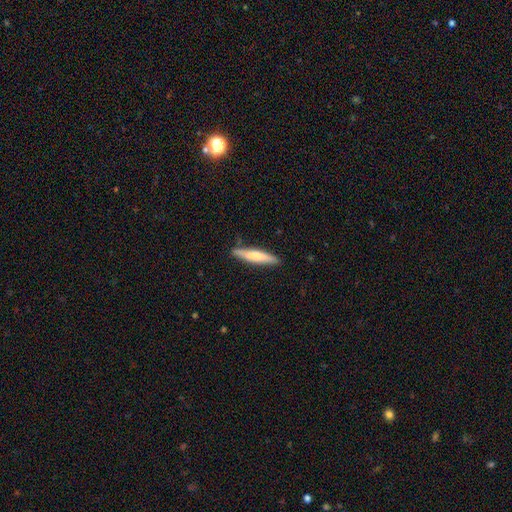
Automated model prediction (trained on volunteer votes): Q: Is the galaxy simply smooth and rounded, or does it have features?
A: smooth — 67%.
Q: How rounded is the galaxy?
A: cigar-shaped — 89%.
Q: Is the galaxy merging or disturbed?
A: none — 84%.